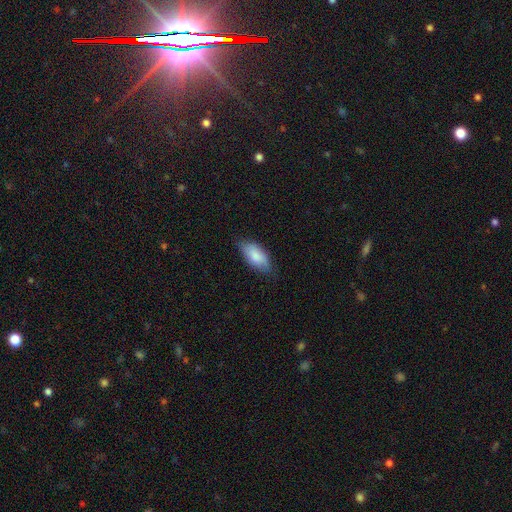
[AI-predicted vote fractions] This is clearly a smooth galaxy (82%). How rounded: clearly in between (90%). Merging: likely none (72%).